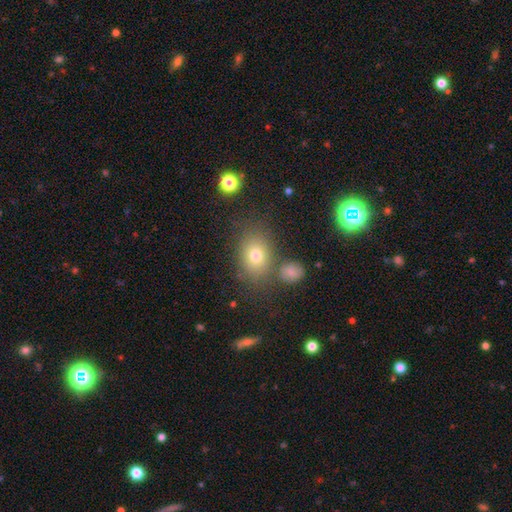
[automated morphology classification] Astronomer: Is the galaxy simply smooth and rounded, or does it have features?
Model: smooth — 72%.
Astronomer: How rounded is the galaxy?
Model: in between — 66%.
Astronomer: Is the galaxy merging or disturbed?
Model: none — 73%.